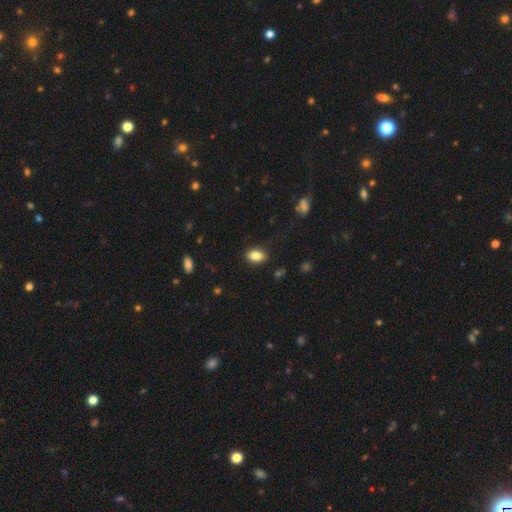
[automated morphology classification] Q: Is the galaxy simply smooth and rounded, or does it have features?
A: smooth — 86%.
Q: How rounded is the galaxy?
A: in between — 86%.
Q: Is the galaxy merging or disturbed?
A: none — 85%.